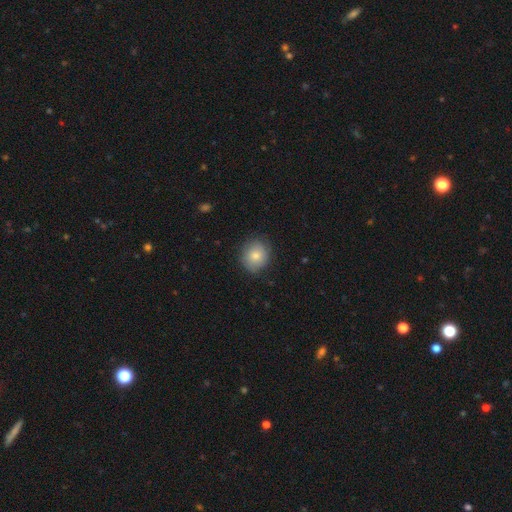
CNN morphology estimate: Smooth or featured? Predicted: smooth (p=0.80). How rounded? Predicted: round (p=0.80). Merging? Predicted: none (p=0.82).